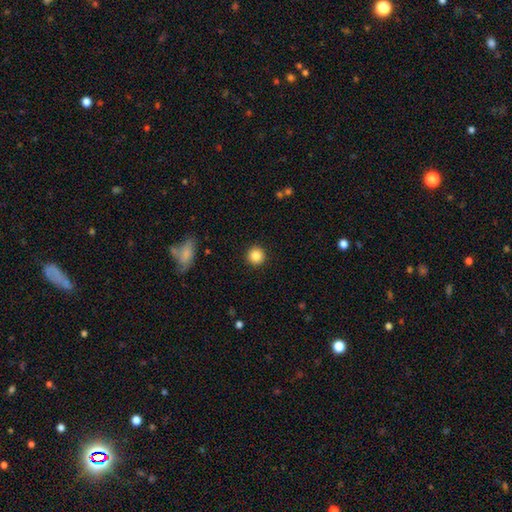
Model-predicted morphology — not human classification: A smooth galaxy with no disk features (86%) that is round (95%).

Vote fractions:
- Smooth or featured? smooth: 86% / star or artifact: 9% / featured or disk: 4%
- How rounded? round: 95% / in between: 4% / cigar-shaped: 1%
- Merging? none: 93% / minor disturbance: 5% / major disturbance: 2% / merger: 1%